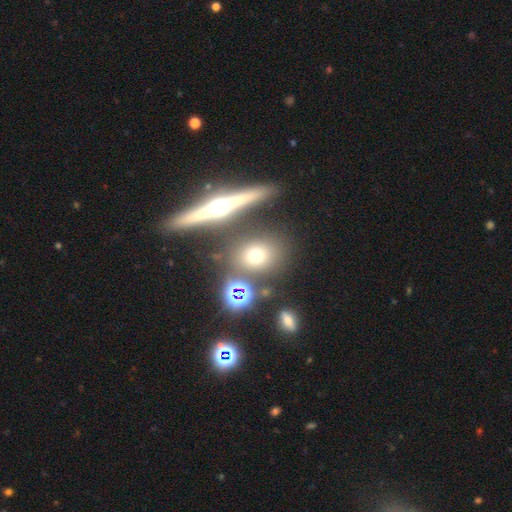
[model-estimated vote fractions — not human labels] This appears to be a smooth galaxy with no disk features (60%) that is round (69%). Merging: none (76%).